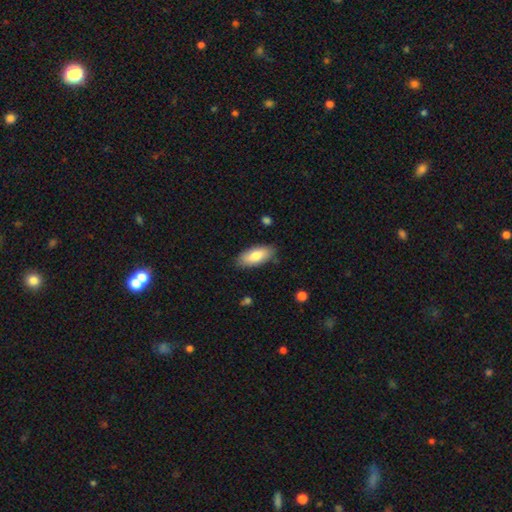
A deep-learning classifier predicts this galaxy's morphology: Overall: smooth (80%). How rounded: in between (86%). Merging: none (83%).